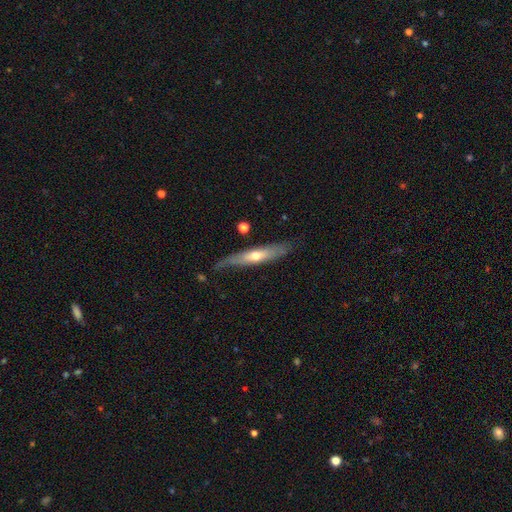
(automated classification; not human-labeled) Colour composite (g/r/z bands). It shows a featured or disk galaxy (55%) viewed edge-on (77%). Merging: none (71%).